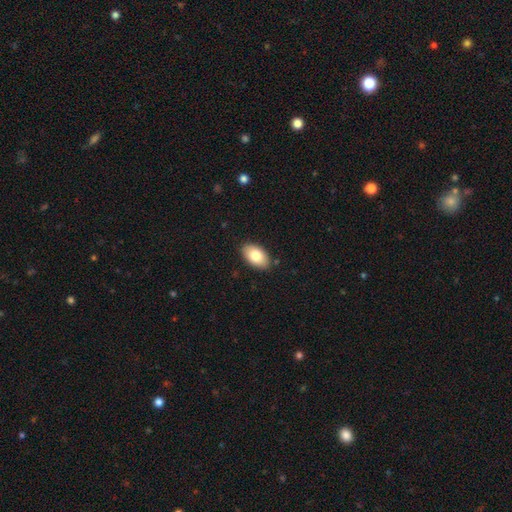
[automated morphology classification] Smooth or featured: smooth — 81% (featured or disk — 13%)
How rounded: in between — 94% (round — 4%)
Merging: none — 87% (minor disturbance — 9%)